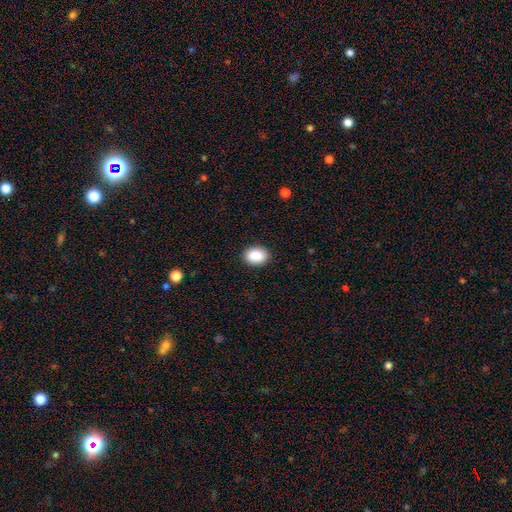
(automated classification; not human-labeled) Morphology: type=smooth (89%); roundness=in between (75%); merging=none (89%).